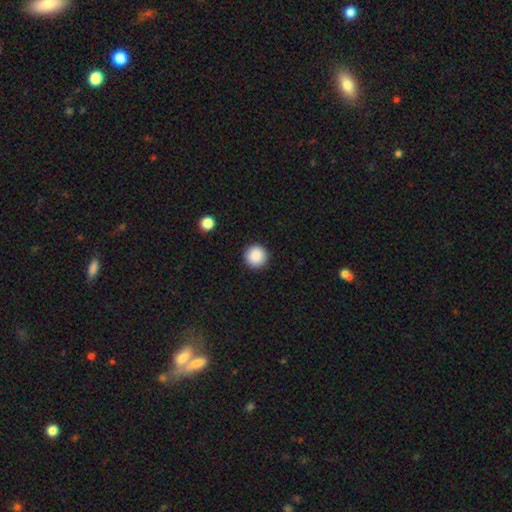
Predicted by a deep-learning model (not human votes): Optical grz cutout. It shows a smooth galaxy with no disk features (88%) that is round (96%). Merging: none (93%).